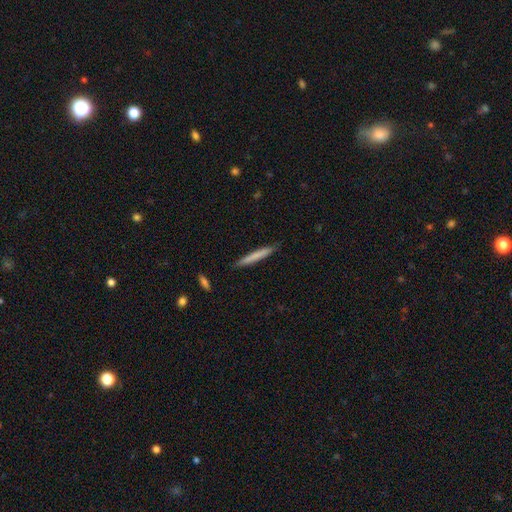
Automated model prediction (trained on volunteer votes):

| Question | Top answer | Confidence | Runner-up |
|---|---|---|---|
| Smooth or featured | smooth | 73% | featured or disk (22%) |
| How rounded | cigar-shaped | 96% | in between (3%) |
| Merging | none | 87% | minor disturbance (10%) |